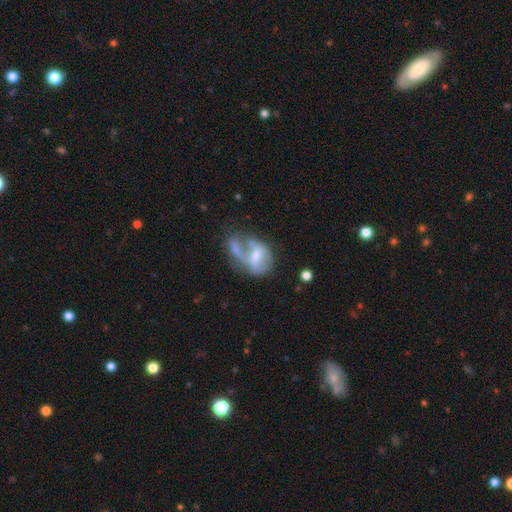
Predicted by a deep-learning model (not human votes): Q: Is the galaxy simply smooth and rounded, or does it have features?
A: featured or disk — 55%.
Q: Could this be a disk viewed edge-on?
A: no — 96%.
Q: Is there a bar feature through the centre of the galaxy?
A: no — 47%.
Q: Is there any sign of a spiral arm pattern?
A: no — 61%.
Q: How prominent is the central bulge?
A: moderate — 48%.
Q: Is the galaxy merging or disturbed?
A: major disturbance — 36%.